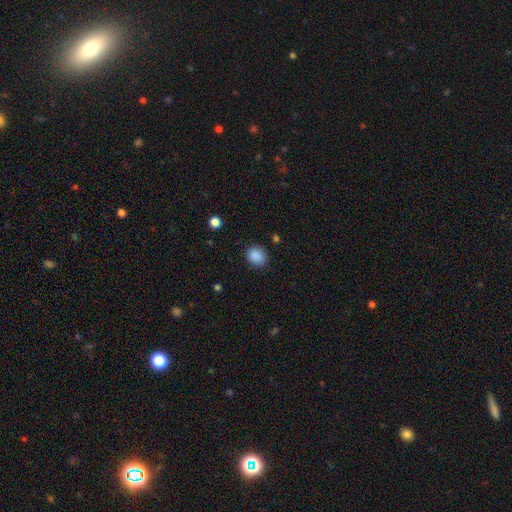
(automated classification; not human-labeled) This appears to be a smooth galaxy with no disk features (88%) that is round (73%). Merging: none (83%).